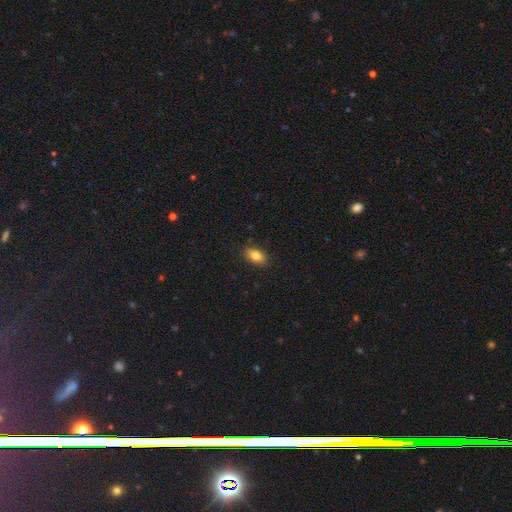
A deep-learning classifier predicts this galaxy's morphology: A smooth galaxy with no disk features (82%) that is in between round and cigar-shaped (89%).

Vote fractions:
- Smooth or featured? smooth: 82% / featured or disk: 10% / star or artifact: 8%
- How rounded? in between: 89% / round: 8% / cigar-shaped: 3%
- Merging? none: 88% / minor disturbance: 9% / major disturbance: 2% / merger: 1%